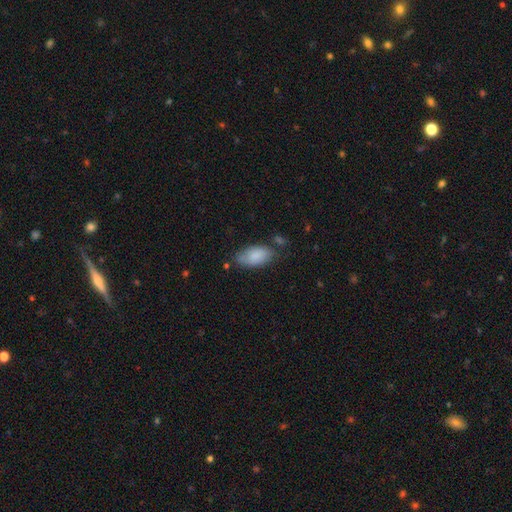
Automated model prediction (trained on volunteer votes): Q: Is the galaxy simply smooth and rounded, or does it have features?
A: smooth — 86%.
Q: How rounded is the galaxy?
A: in between — 93%.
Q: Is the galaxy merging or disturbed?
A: none — 65%.